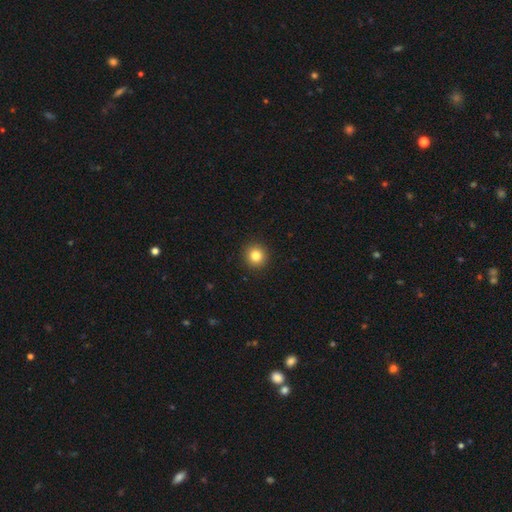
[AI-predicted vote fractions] Smooth or featured? Predicted: smooth (p=0.83). How rounded? Predicted: round (p=0.93). Merging? Predicted: none (p=0.93).